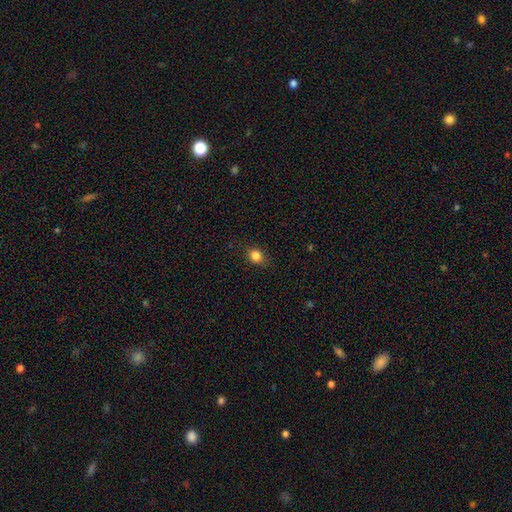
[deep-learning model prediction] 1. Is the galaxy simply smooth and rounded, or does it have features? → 84% smooth, 12% star or artifact, 4% featured or disk.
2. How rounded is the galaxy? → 66% round, 33% in between, 1% cigar-shaped.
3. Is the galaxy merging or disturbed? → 84% none, 12% minor disturbance, 3% major disturbance, 1% merger.